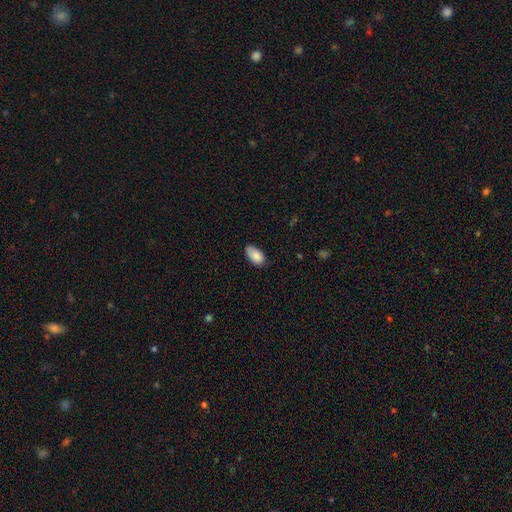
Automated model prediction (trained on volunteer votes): Overall: smooth (87%). How rounded: in between (94%). Merging: none (70%).